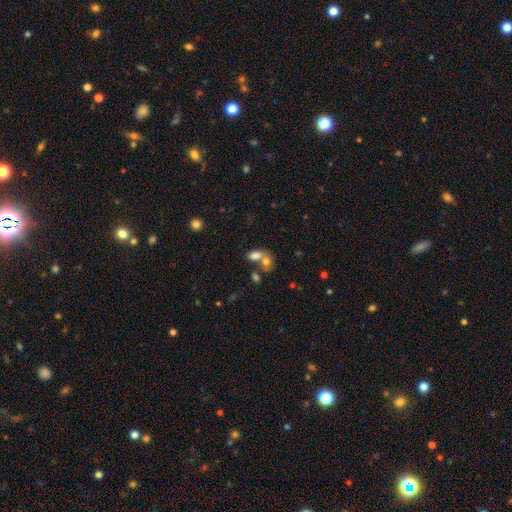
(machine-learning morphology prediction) Smooth or featured? Predicted: smooth (p=0.74). How rounded? Predicted: in between (p=0.82). Merging? Predicted: merger (p=0.57).